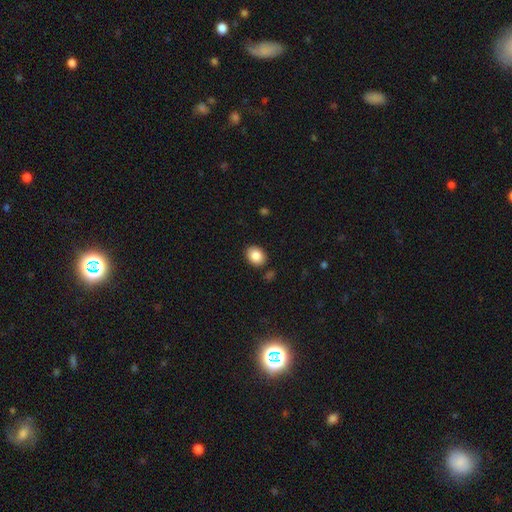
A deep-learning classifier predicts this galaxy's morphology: This is clearly a smooth galaxy (86%). How rounded: possibly in between (56%). Merging: clearly none (87%).